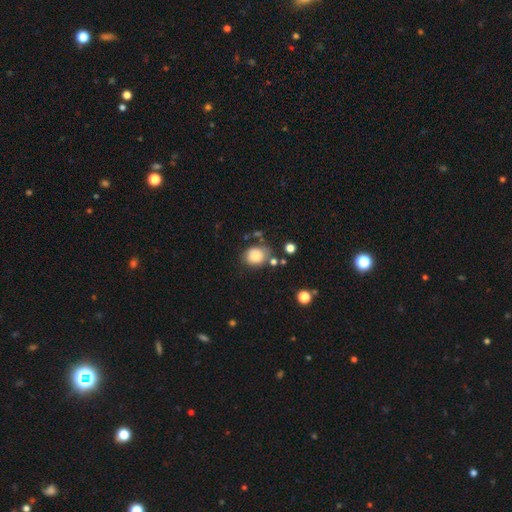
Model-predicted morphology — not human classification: This is clearly a smooth galaxy (83%). How rounded: likely round (69%). Merging: likely none (63%).